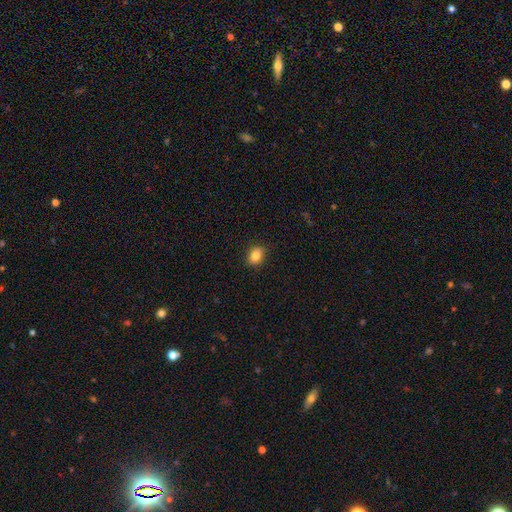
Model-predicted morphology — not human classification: Smooth or featured: smooth — 84% (star or artifact — 10%)
How rounded: in between — 59% (round — 40%)
Merging: none — 86% (minor disturbance — 10%)